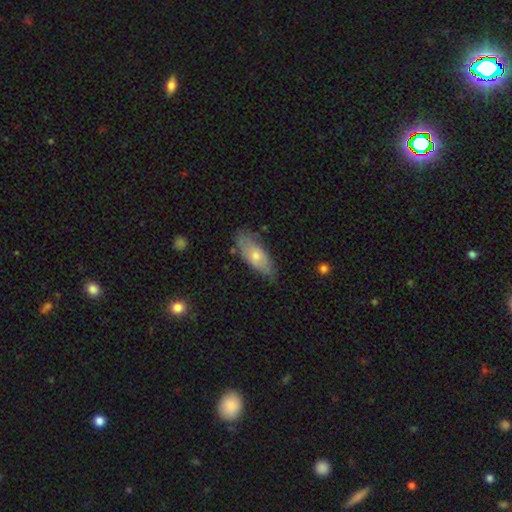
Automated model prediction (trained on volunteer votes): smooth_or_featured: smooth (p=0.65) [alt: featured or disk p=0.29]
how_rounded: in between (p=0.76) [alt: cigar-shaped p=0.22]
merging: none (p=0.72) [alt: minor disturbance p=0.22]